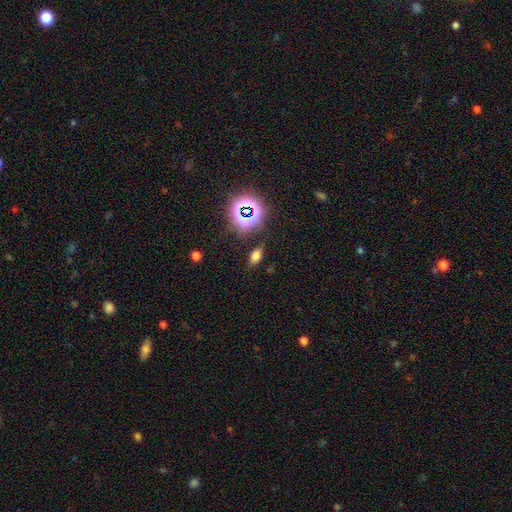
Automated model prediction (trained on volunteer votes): This appears to be a smooth galaxy with no disk features (66%) that is in between round and cigar-shaped (83%). Merging: none (83%).